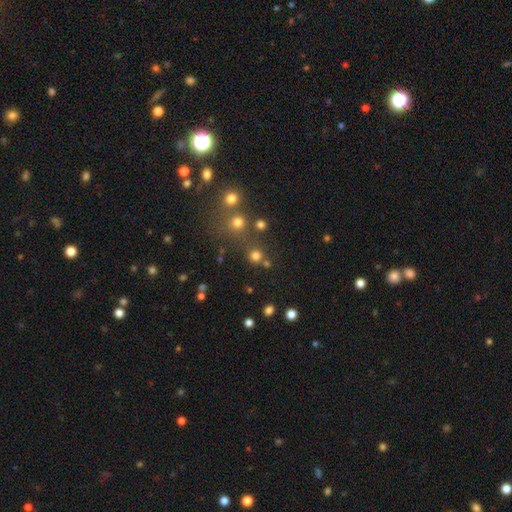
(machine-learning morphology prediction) A smooth galaxy with no disk features (74%) that is round (91%). Merging: none (72%).